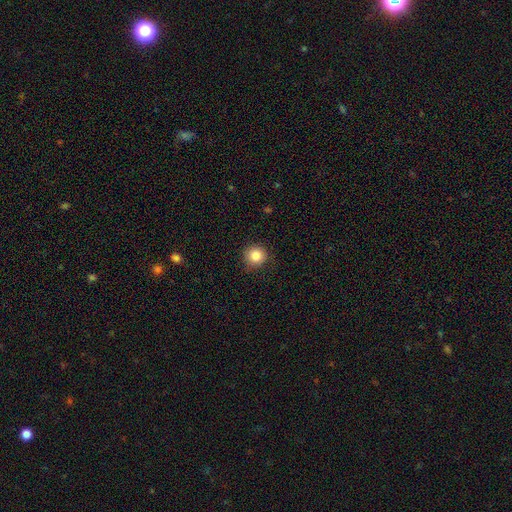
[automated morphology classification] The model was most divided on "smooth or featured": smooth: 85%, star or artifact: 10%, featured or disk: 5%. More confident: how rounded — round (93%); merging — none (87%).